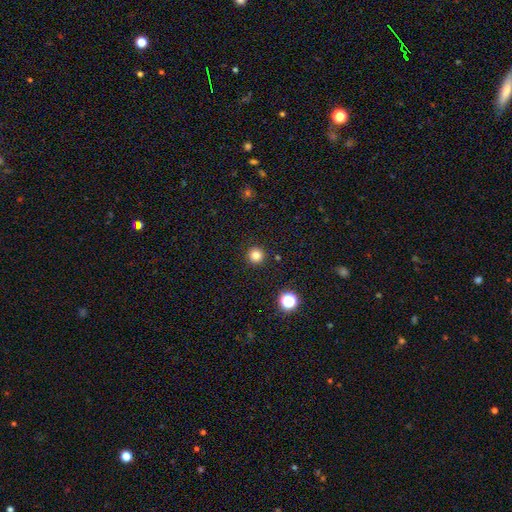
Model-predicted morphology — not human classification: Smooth or featured? smooth (82%)
How rounded? round (96%)
Merging? none (92%)